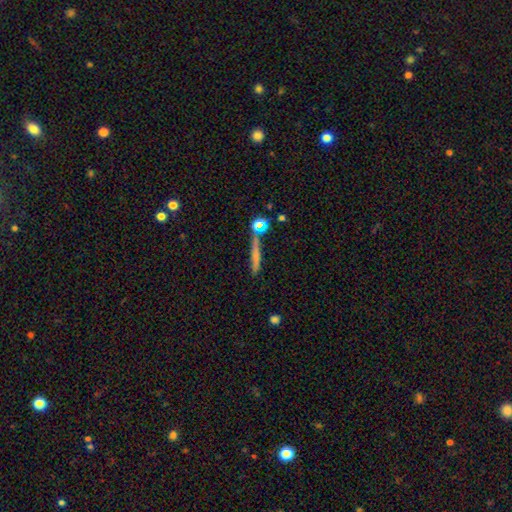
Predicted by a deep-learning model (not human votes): Smooth or featured? smooth (64%)
How rounded? cigar-shaped (89%)
Merging? none (69%)